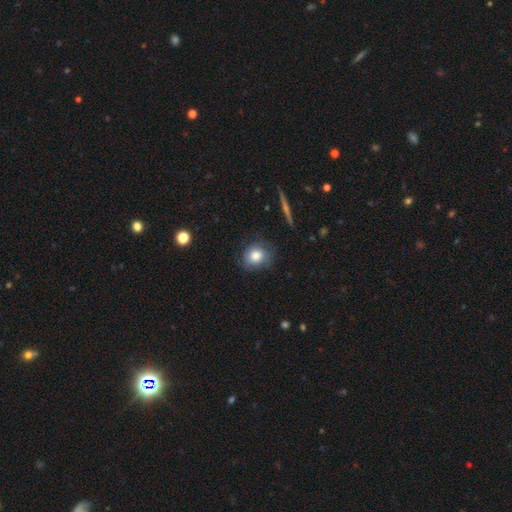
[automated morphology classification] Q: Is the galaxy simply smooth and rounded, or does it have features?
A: smooth — 70%.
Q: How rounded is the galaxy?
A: round — 77%.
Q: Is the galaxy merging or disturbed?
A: none — 74%.